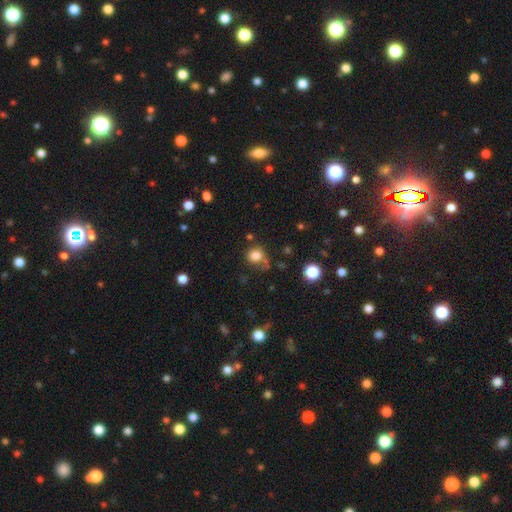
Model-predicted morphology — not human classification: Q: Smooth or featured?
A: smooth (80%); runner-up: star or artifact (13%)
Q: How rounded?
A: round (78%); runner-up: in between (22%)
Q: Merging?
A: none (59%); runner-up: minor disturbance (21%)